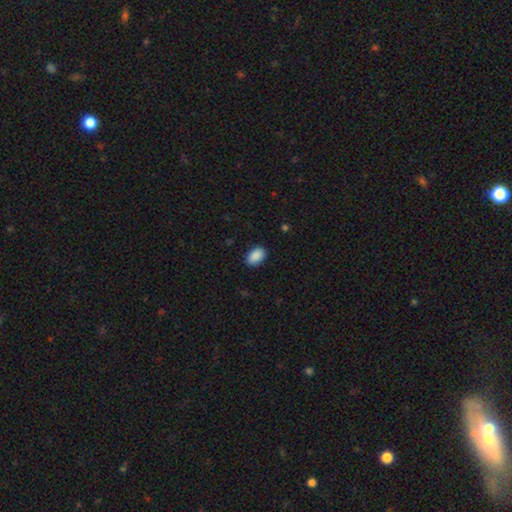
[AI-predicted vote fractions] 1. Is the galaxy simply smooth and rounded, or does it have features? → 90% smooth, 7% star or artifact, 3% featured or disk.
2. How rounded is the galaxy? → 90% in between, 8% round, 1% cigar-shaped.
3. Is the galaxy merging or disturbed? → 87% none, 10% minor disturbance, 2% major disturbance, 1% merger.